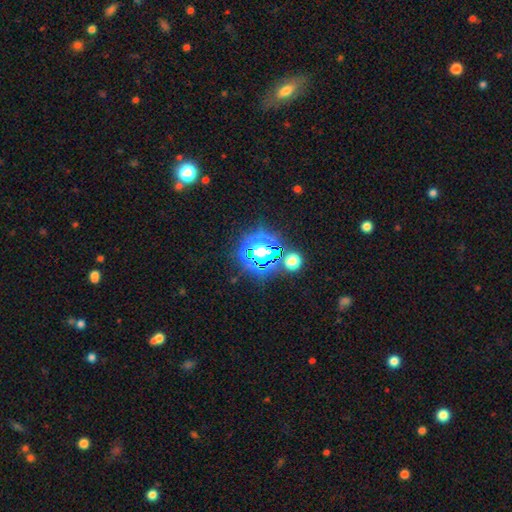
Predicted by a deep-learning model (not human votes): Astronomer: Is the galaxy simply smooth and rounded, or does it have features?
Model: star or artifact — 58%.